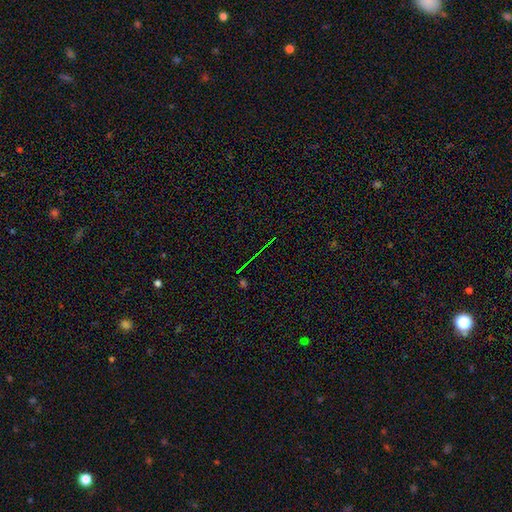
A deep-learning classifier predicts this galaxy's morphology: The model was most divided on "smooth or featured": star or artifact: 75%, featured or disk: 13%, smooth: 12%.